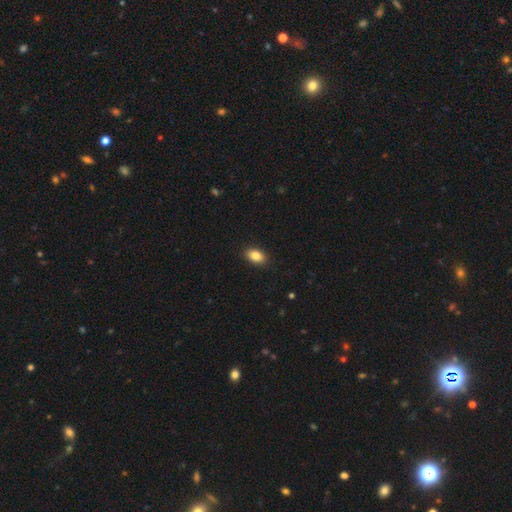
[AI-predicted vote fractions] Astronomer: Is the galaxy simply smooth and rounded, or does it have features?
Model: smooth — 86%.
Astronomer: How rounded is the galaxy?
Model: in between — 88%.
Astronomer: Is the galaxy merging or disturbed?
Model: none — 90%.